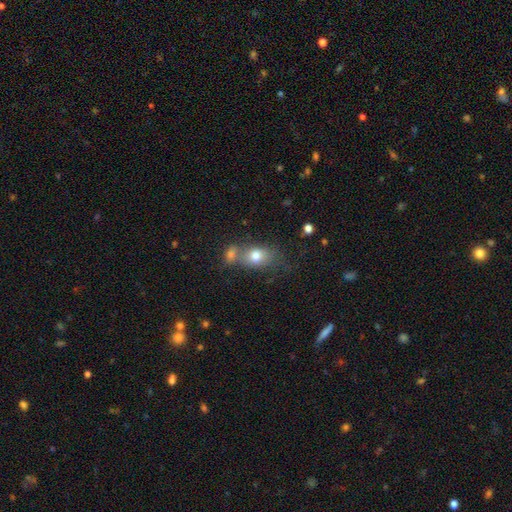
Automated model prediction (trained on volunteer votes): Smooth or featured? Predicted: smooth (p=0.77). How rounded? Predicted: in between (p=0.70). Merging? Predicted: merger (p=0.41).